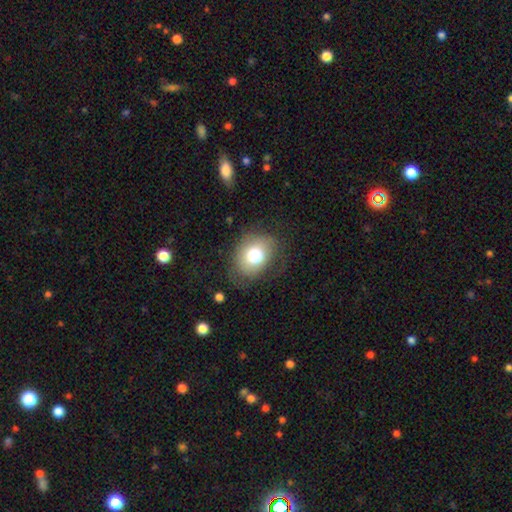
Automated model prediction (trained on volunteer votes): This appears to be a smooth galaxy with no disk features (73%) that is in between round and cigar-shaped (56%). Merging: none (71%).